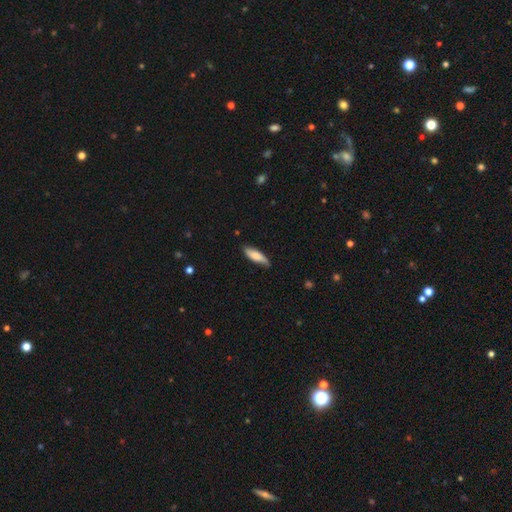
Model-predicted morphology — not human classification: smooth 74%, featured or disk 20%, star or artifact 6%. Down the decision tree: how rounded — cigar-shaped (52%); merging — none (74%).